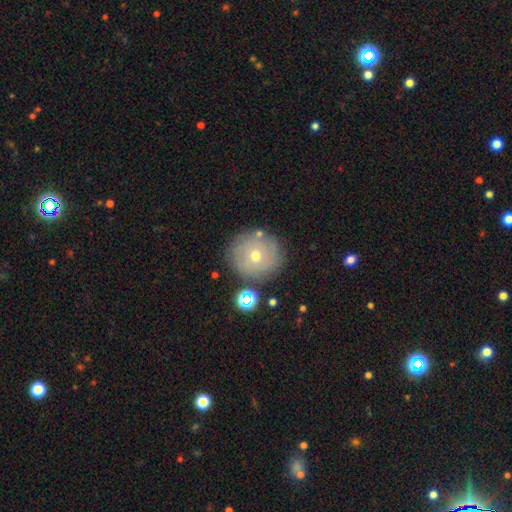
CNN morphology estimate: Smooth or featured? Predicted: smooth (p=0.51). How rounded? Predicted: round (p=0.91). Merging? Predicted: none (p=0.80).